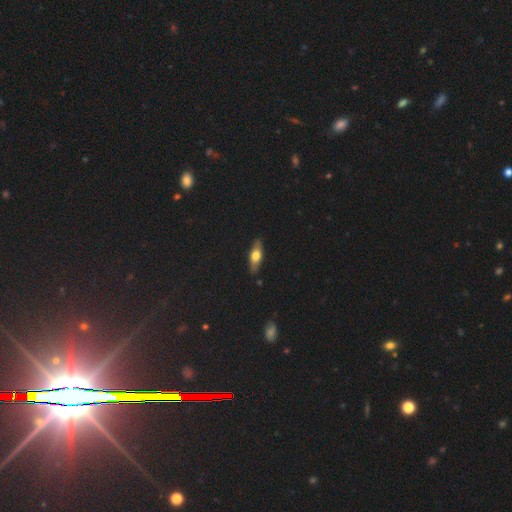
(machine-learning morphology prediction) Overall: smooth (51%; featured or disk 42%). How rounded: in between (57%; cigar-shaped 39%). Merging: none (88%).